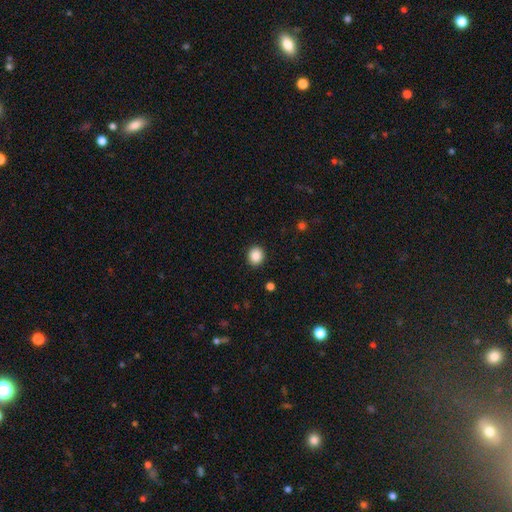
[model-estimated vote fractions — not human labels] smooth-or-featured: smooth: 88% | star or artifact: 9% | featured or disk: 3%
  how-rounded: round: 78% | in between: 21% | cigar-shaped: 1%
  merging: none: 90% | minor disturbance: 6% | major disturbance: 2% | merger: 1%